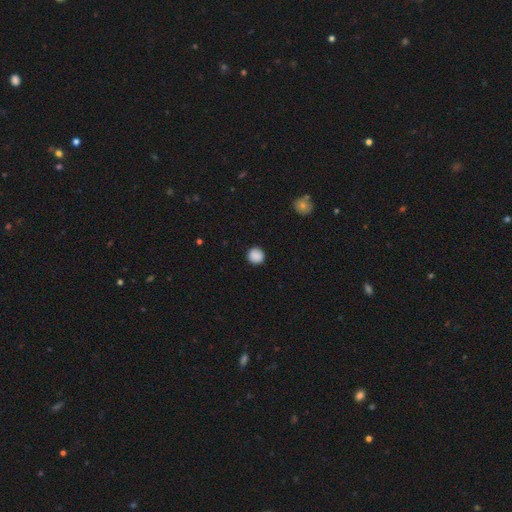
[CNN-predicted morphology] Q: Smooth or featured?
A: smooth (88%); runner-up: star or artifact (9%)
Q: How rounded?
A: round (94%); runner-up: in between (5%)
Q: Merging?
A: none (91%); runner-up: minor disturbance (6%)